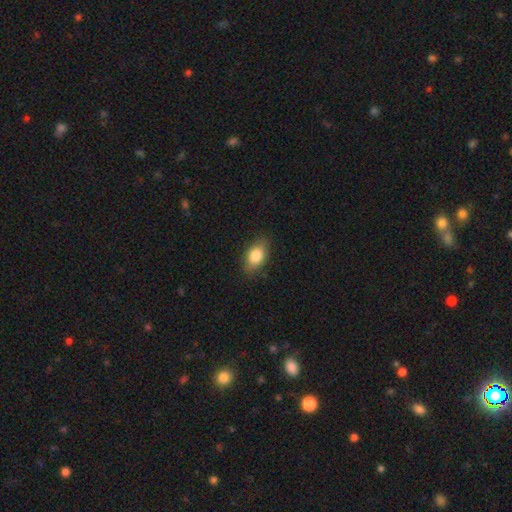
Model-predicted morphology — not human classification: Q: Smooth or featured?
A: smooth (82%); runner-up: featured or disk (11%)
Q: How rounded?
A: in between (88%); runner-up: round (8%)
Q: Merging?
A: none (82%); runner-up: minor disturbance (14%)